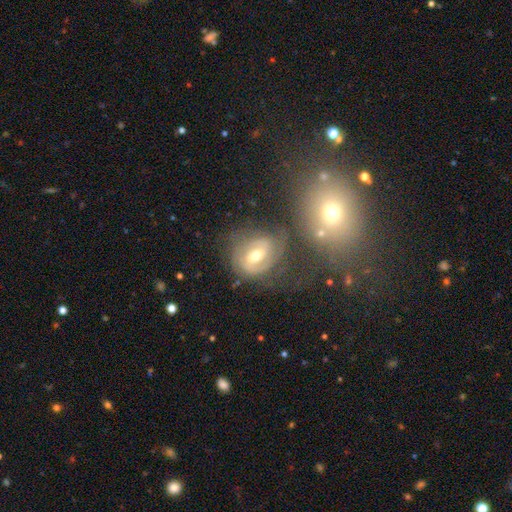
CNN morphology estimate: Smooth or featured?
  - featured or disk: 78% *
  - smooth: 15%
  - star or artifact: 7%
Edge-on disk?
  - no: 96% *
  - yes: 4%
Bar?
  - weak: 47% *
  - strong: 32%
  - no: 21%
Spiral arms?
  - yes: 89% *
  - no: 11%
Spiral winding?
  - tight: 46% *
  - medium: 40%
  - loose: 14%
Spiral arm count?
  - 2: 69% *
  - can't tell: 15%
  - 3: 6%
  - 1: 6%
  - 4: 2%
  - more than 4: 2%
Bulge size?
  - moderate: 72% *
  - small: 21%
  - large: 5%
  - none: 1%
  - dominant: 1%
Merging?
  - none: 60% *
  - minor disturbance: 19%
  - major disturbance: 12%
  - merger: 9%